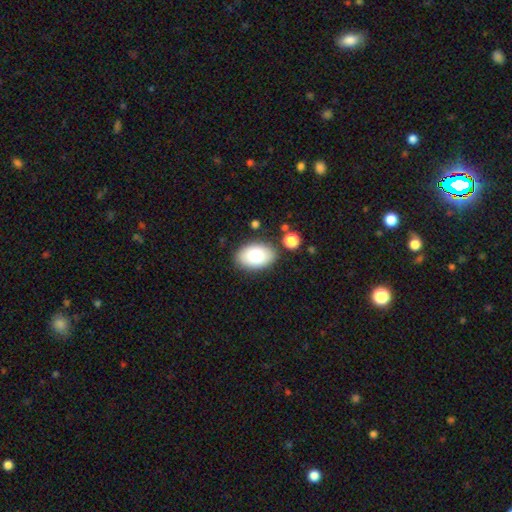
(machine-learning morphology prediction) Smooth or featured? smooth (80%)
How rounded? in between (90%)
Merging? none (84%)